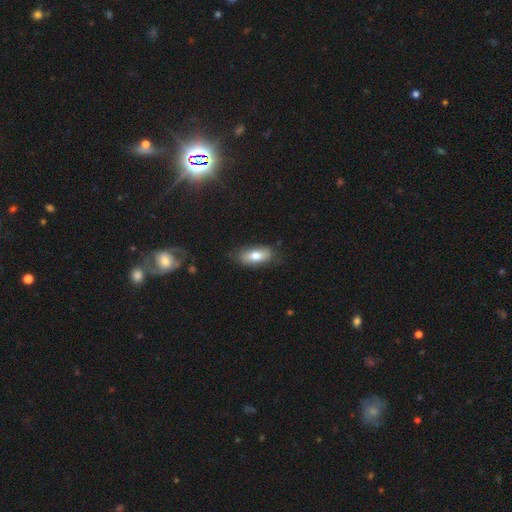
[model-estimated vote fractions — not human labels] Q: Smooth or featured?
A: smooth (74%); runner-up: featured or disk (19%)
Q: How rounded?
A: in between (85%); runner-up: cigar-shaped (12%)
Q: Merging?
A: none (80%); runner-up: minor disturbance (16%)